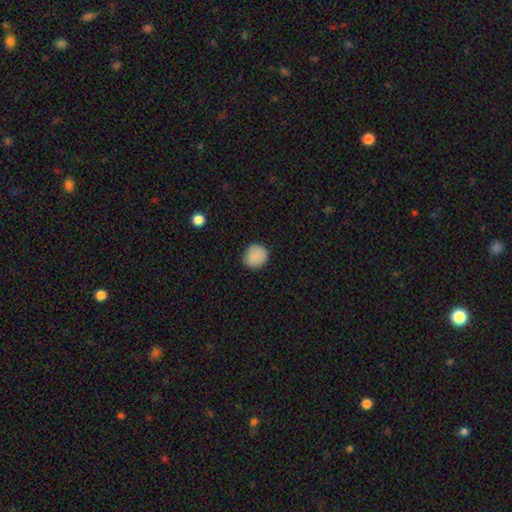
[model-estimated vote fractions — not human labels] A smooth galaxy with no disk features (88%) that is round (89%).

Vote fractions:
- Smooth or featured? smooth: 88% / star or artifact: 8% / featured or disk: 4%
- How rounded? round: 89% / in between: 10% / cigar-shaped: 1%
- Merging? none: 87% / minor disturbance: 10% / major disturbance: 2% / merger: 1%